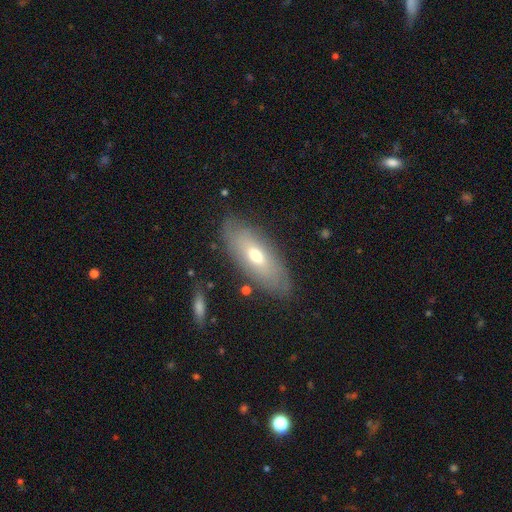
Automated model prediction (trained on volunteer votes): Smooth or featured: smooth — 53% (featured or disk — 40%)
How rounded: in between — 79% (cigar-shaped — 18%)
Merging: none — 81% (minor disturbance — 13%)